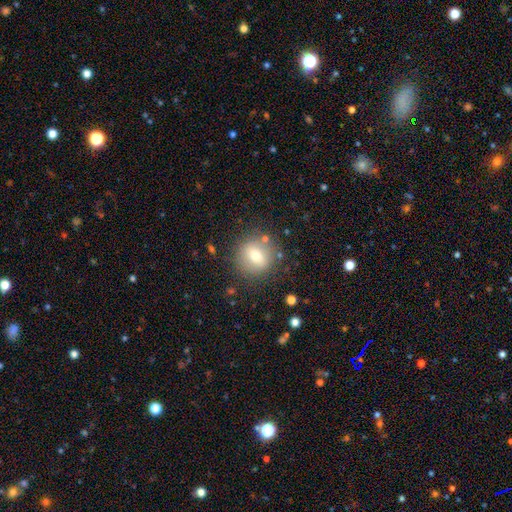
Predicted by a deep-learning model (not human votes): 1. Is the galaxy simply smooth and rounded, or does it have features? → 71% smooth, 19% featured or disk, 10% star or artifact.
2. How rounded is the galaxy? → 85% round, 14% in between, 1% cigar-shaped.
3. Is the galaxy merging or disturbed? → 83% none, 11% minor disturbance, 4% major disturbance, 3% merger.